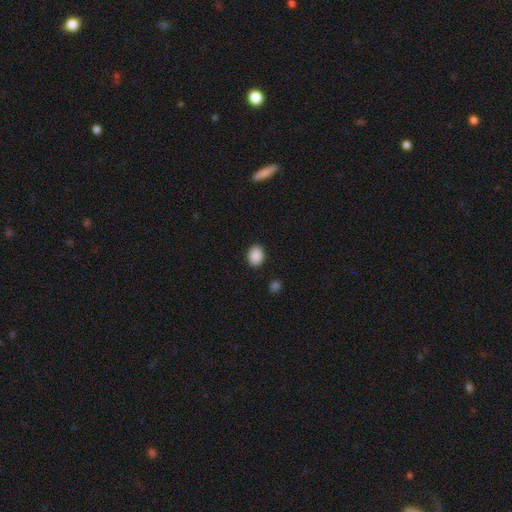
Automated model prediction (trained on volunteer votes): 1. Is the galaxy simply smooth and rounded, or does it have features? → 89% smooth, 8% star or artifact, 3% featured or disk.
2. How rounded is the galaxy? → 58% in between, 41% round, 1% cigar-shaped.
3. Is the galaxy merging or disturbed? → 89% none, 8% minor disturbance, 2% major disturbance, 1% merger.